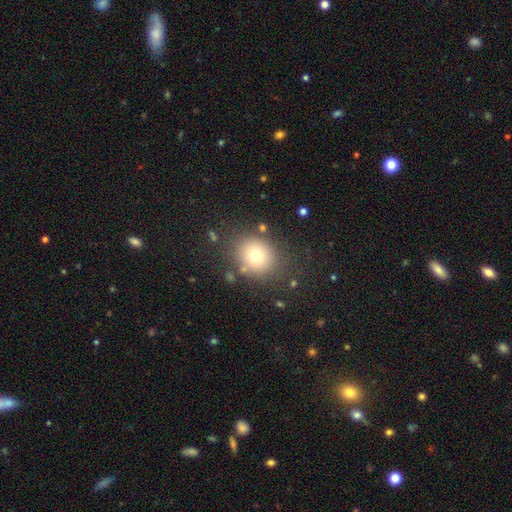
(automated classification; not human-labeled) A smooth galaxy with no disk features (74%) that is round (72%).

Vote fractions:
- Smooth or featured? smooth: 74% / star or artifact: 14% / featured or disk: 12%
- How rounded? round: 72% / in between: 27% / cigar-shaped: 1%
- Merging? none: 79% / minor disturbance: 11% / major disturbance: 6% / merger: 4%